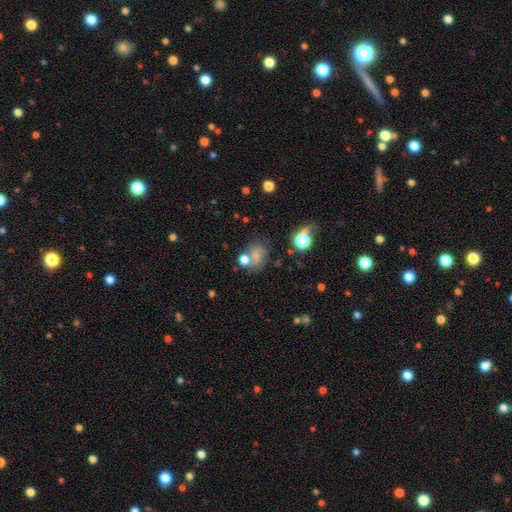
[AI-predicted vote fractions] smooth 64%, star or artifact 18%, featured or disk 18%. Down the decision tree: how rounded — round (53%); merging — none (48%).